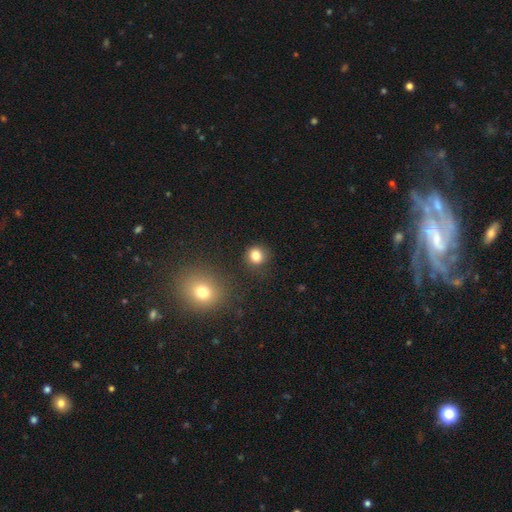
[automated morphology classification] Overall: smooth (81%). How rounded: round (86%). Merging: none (86%).